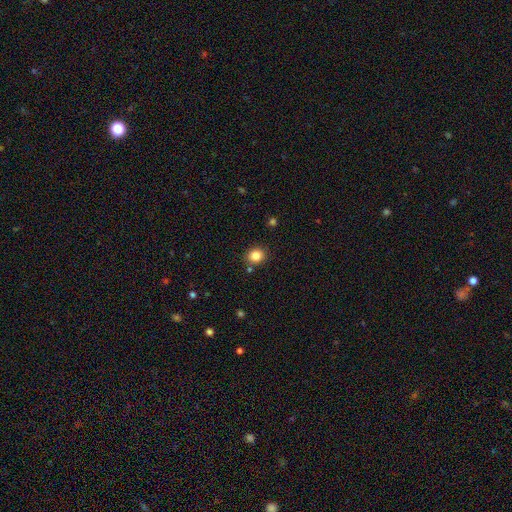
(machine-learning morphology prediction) smooth_or_featured: smooth (p=0.84) [alt: star or artifact p=0.11]
how_rounded: round (p=0.77) [alt: in between p=0.22]
merging: none (p=0.85) [alt: minor disturbance p=0.08]